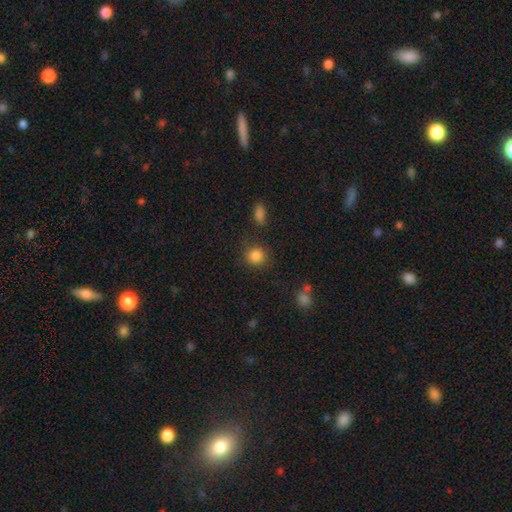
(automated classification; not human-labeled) Q: Smooth or featured?
A: smooth (85%); runner-up: star or artifact (11%)
Q: How rounded?
A: round (88%); runner-up: in between (11%)
Q: Merging?
A: none (81%); runner-up: minor disturbance (11%)